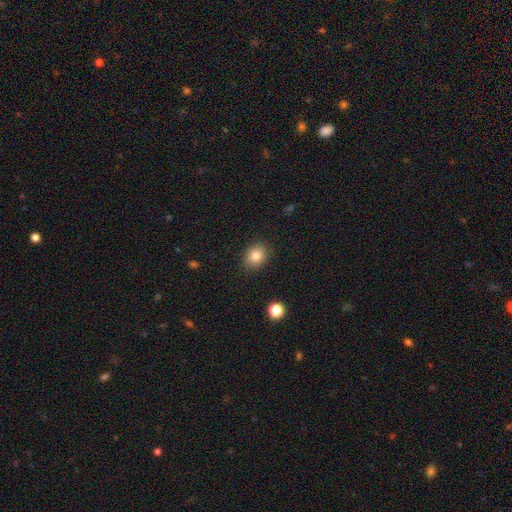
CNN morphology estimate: Smooth or featured: smooth — 84% (star or artifact — 10%)
How rounded: round — 53% (in between — 46%)
Merging: none — 87% (minor disturbance — 9%)